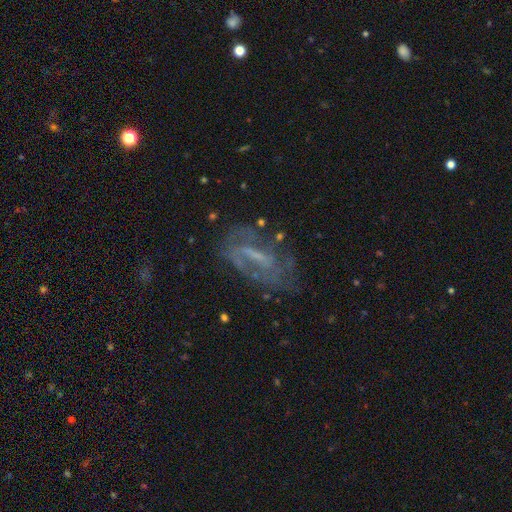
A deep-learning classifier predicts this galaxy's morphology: The model was most divided on "bar": strong: 40%, weak: 38%, no: 22%. Remaining: edge-on disk — no (90%); smooth or featured — featured or disk (71%); spiral arms — yes (69%); merging — none (56%); bulge size — none (39%).